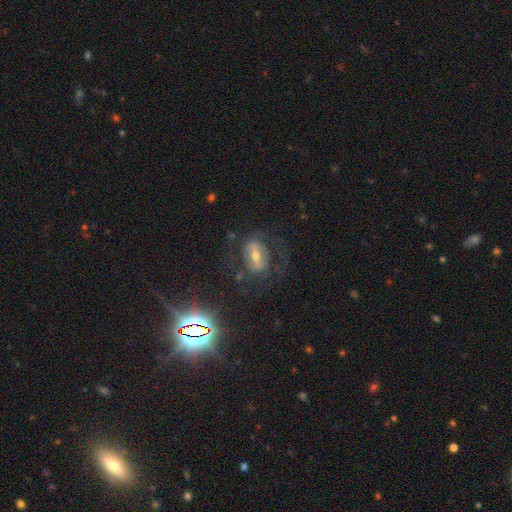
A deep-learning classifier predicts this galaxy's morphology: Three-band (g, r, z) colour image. It shows a featured or disk galaxy (63%) with a strong bar (51%), spiral arms (56%) and a moderate central bulge (59%). Merging: none (65%).